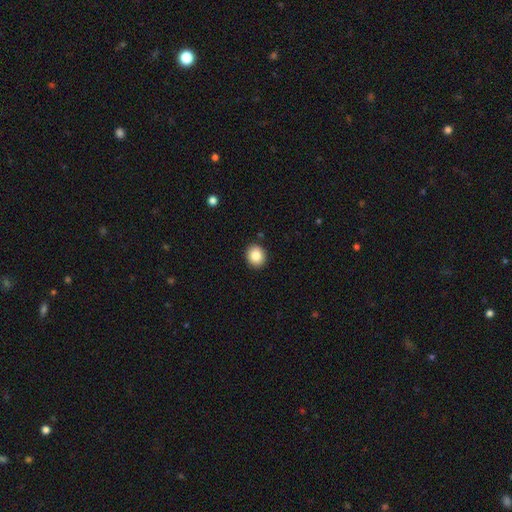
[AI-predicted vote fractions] The model was most divided on "how rounded": round: 75%, in between: 24%, cigar-shaped: 1%. More confident: merging — none (91%); smooth or featured — smooth (84%).